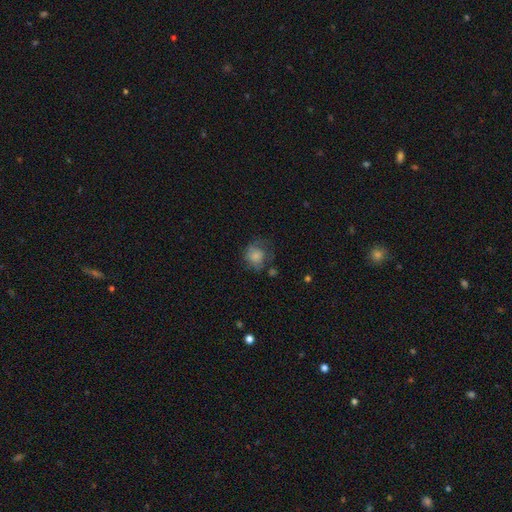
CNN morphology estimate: smooth-or-featured: smooth: 72% | featured or disk: 19% | star or artifact: 9%
  how-rounded: round: 73% | in between: 26% | cigar-shaped: 1%
  merging: none: 45% | minor disturbance: 28% | major disturbance: 23% | merger: 4%